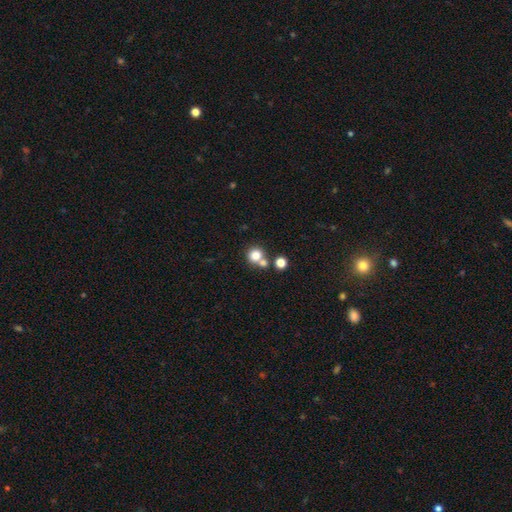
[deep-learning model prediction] A smooth galaxy with no disk features (79%) that is round (87%).

Vote fractions:
- Smooth or featured? smooth: 79% / star or artifact: 12% / featured or disk: 8%
- How rounded? round: 87% / in between: 12% / cigar-shaped: 1%
- Merging? none: 55% / merger: 34% / minor disturbance: 8% / major disturbance: 4%